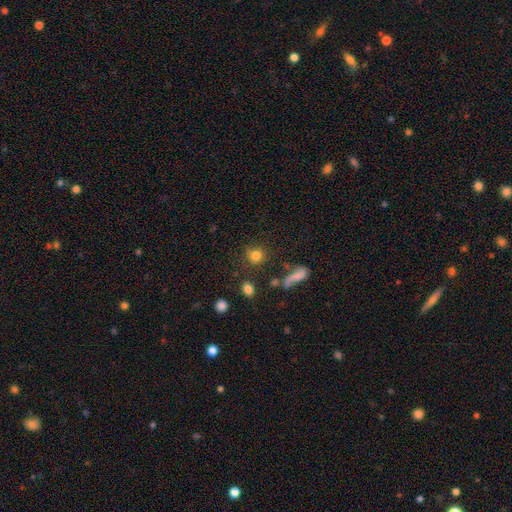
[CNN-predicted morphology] type=smooth (80%); roundness=round (88%); merging=none (76%).